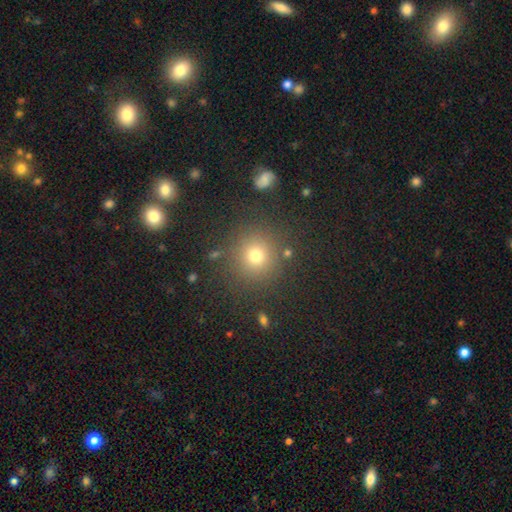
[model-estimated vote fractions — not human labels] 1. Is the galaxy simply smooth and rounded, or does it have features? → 73% smooth, 19% star or artifact, 8% featured or disk.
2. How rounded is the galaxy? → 93% round, 6% in between, 1% cigar-shaped.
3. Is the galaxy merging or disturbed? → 86% none, 8% minor disturbance, 4% major disturbance, 3% merger.